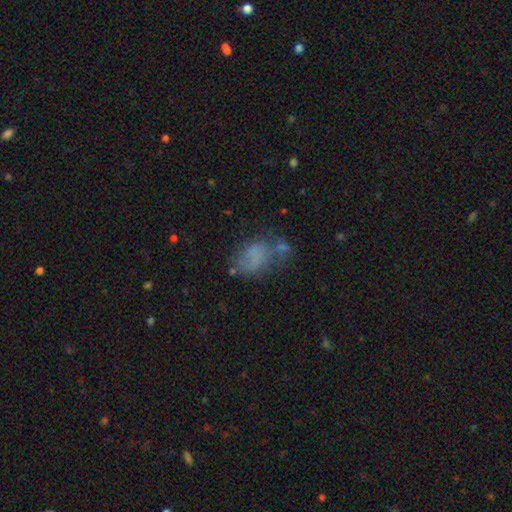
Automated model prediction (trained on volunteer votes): Smooth or featured?
  - smooth: 60% *
  - featured or disk: 25%
  - star or artifact: 15%
How rounded?
  - in between: 80% *
  - round: 18%
  - cigar-shaped: 2%
Merging?
  - none: 39% *
  - minor disturbance: 24%
  - major disturbance: 20%
  - merger: 17%